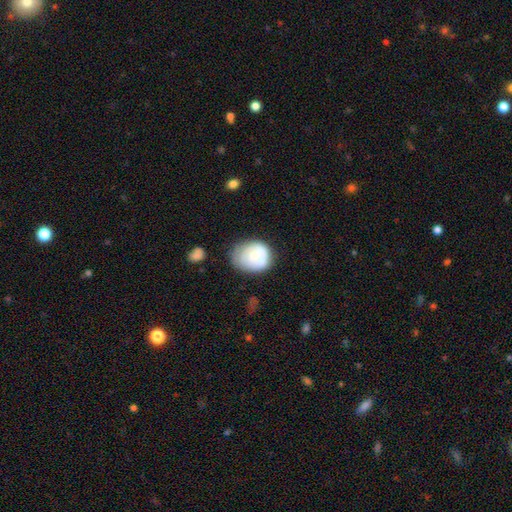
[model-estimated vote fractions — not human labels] Q: Smooth or featured?
A: smooth (62%); runner-up: featured or disk (32%)
Q: How rounded?
A: round (57%); runner-up: in between (43%)
Q: Merging?
A: none (51%); runner-up: minor disturbance (33%)